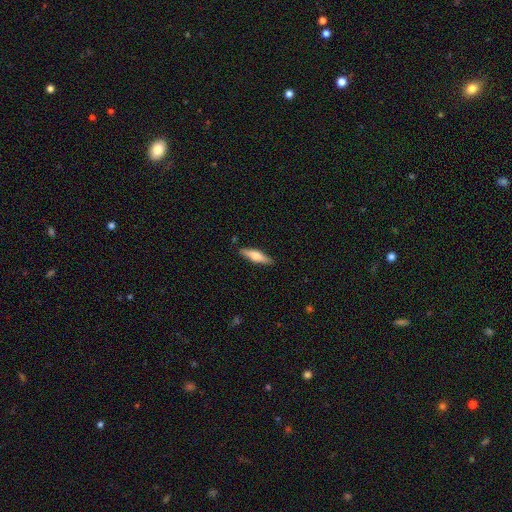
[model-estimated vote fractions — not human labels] Smooth or featured? smooth (54%)
How rounded? cigar-shaped (69%)
Merging? none (88%)